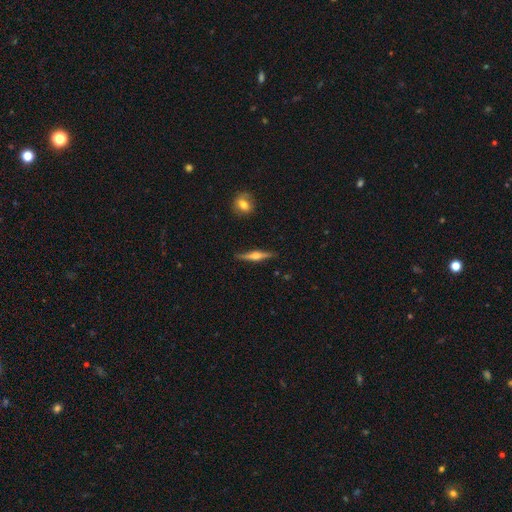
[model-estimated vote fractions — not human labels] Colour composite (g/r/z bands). It shows a featured or disk galaxy (71%) viewed edge-on (97%) with a rounded central bulge (91%). Merging: none (87%).